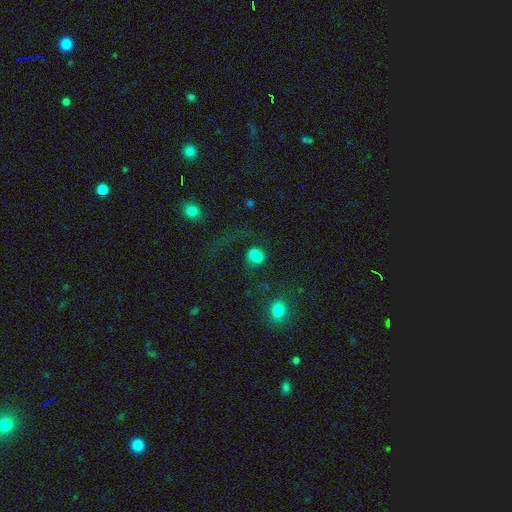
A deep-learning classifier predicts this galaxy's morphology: Smooth or featured?
  - smooth: 76% *
  - star or artifact: 12%
  - featured or disk: 12%
How rounded?
  - round: 65% *
  - in between: 33%
  - cigar-shaped: 2%
Merging?
  - none: 60% *
  - major disturbance: 19%
  - minor disturbance: 15%
  - merger: 6%